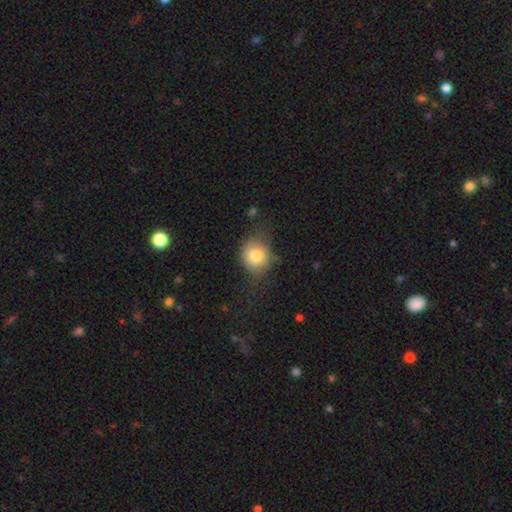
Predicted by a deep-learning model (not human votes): Q: Smooth or featured?
A: smooth (79%); runner-up: featured or disk (11%)
Q: How rounded?
A: round (76%); runner-up: in between (23%)
Q: Merging?
A: none (68%); runner-up: minor disturbance (22%)